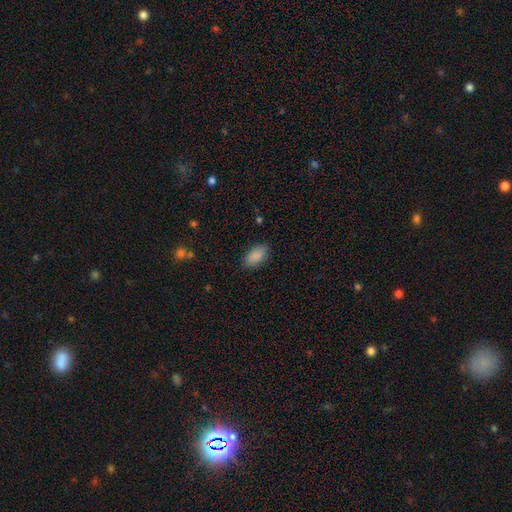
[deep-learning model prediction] Smooth or featured?
  - smooth: 88% *
  - star or artifact: 7%
  - featured or disk: 5%
How rounded?
  - in between: 93% *
  - round: 4%
  - cigar-shaped: 3%
Merging?
  - none: 84% *
  - minor disturbance: 12%
  - major disturbance: 3%
  - merger: 1%